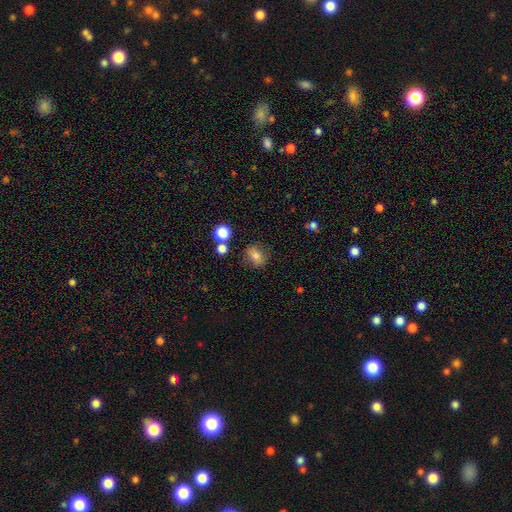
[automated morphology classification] Smooth or featured: smooth — 75% (star or artifact — 13%)
How rounded: round — 58% (in between — 40%)
Merging: none — 78% (minor disturbance — 13%)